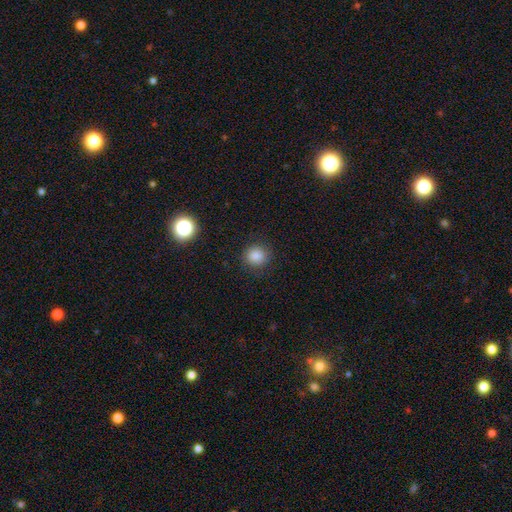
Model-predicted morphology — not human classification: smooth-or-featured: smooth: 85% | star or artifact: 11% | featured or disk: 4%
  how-rounded: round: 87% | in between: 12% | cigar-shaped: 1%
  merging: none: 86% | minor disturbance: 9% | major disturbance: 3% | merger: 1%